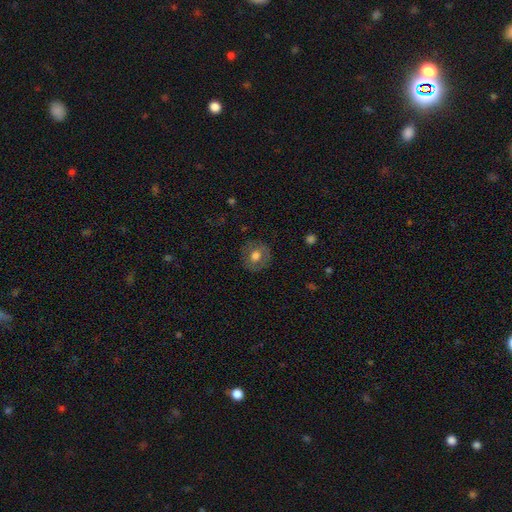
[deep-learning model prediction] smooth_or_featured: smooth (p=0.62) [alt: featured or disk p=0.30]
how_rounded: round (p=0.84) [alt: in between p=0.15]
merging: none (p=0.81) [alt: minor disturbance p=0.13]